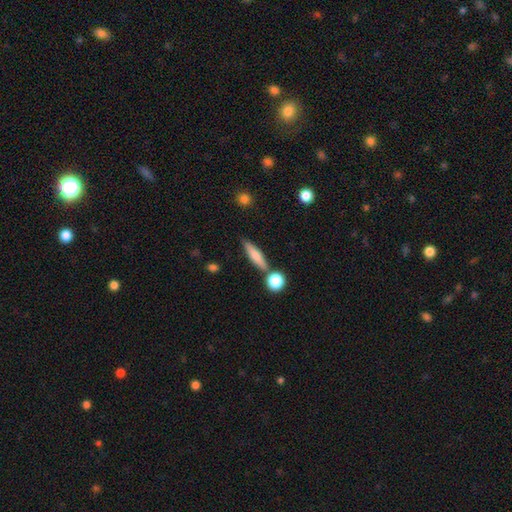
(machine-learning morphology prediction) This is likely a smooth galaxy (66%). How rounded: likely cigar-shaped (74%). Merging: likely none (73%).